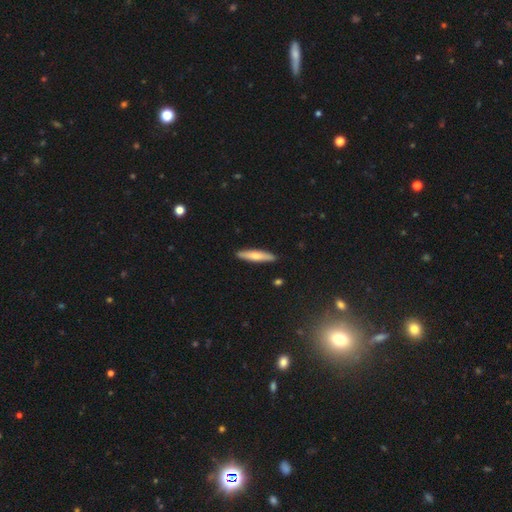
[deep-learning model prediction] The model was most divided on "smooth or featured": smooth: 66%, featured or disk: 29%, star or artifact: 5%. More confident: merging — none (90%); how rounded — cigar-shaped (86%).